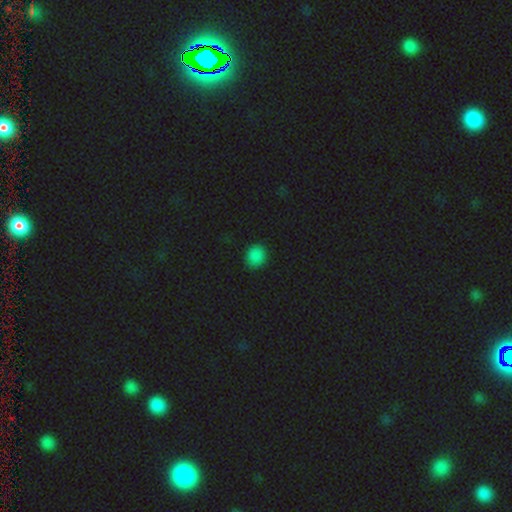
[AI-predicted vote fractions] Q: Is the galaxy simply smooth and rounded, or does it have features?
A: smooth — 84%.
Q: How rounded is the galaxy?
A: round — 80%.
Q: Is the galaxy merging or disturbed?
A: none — 90%.